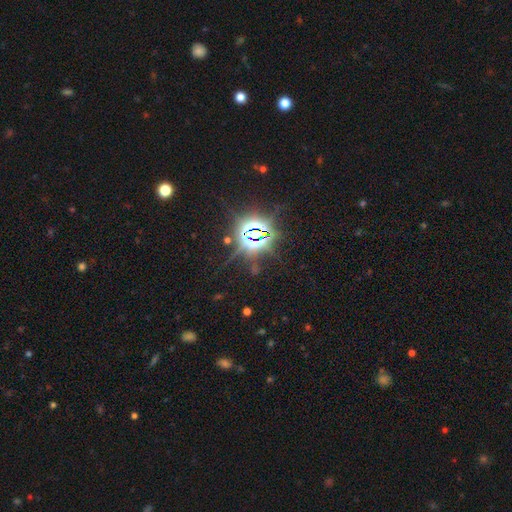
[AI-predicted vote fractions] Morphology: type=star or artifact (83%).